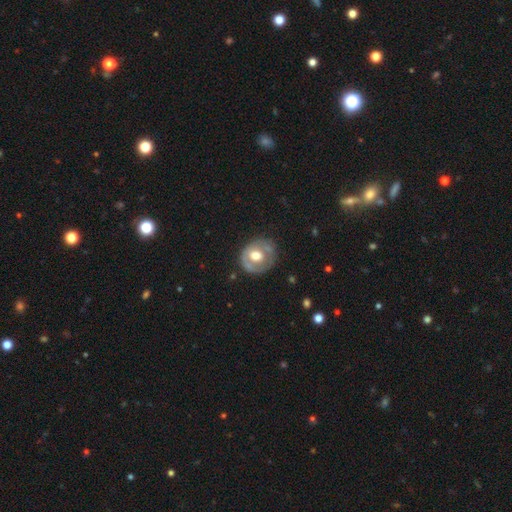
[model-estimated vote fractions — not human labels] smooth-or-featured: featured or disk: 53% | smooth: 41% | star or artifact: 6%
  disk-edge-on: no: 96% | yes: 4%
    bar: no: 72% | weak: 22% | strong: 6%
    has-spiral-arms: no: 72% | yes: 28%
    bulge-size: moderate: 63% | large: 28% | small: 6% | dominant: 1% | none: 1%
  merging: none: 67% | minor disturbance: 22% | major disturbance: 9% | merger: 2%